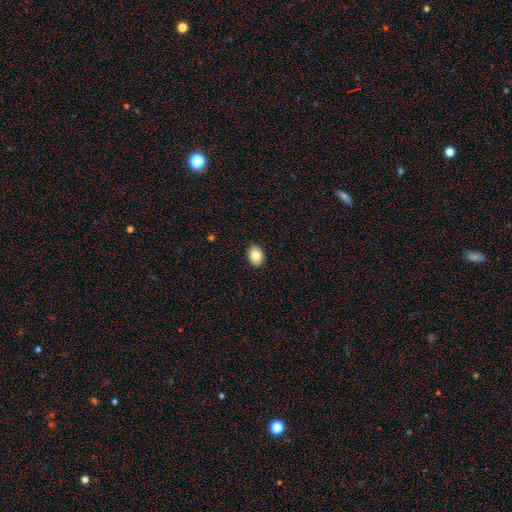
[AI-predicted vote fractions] Smooth or featured: smooth — 82% (featured or disk — 10%)
How rounded: in between — 61% (round — 38%)
Merging: none — 91% (minor disturbance — 6%)